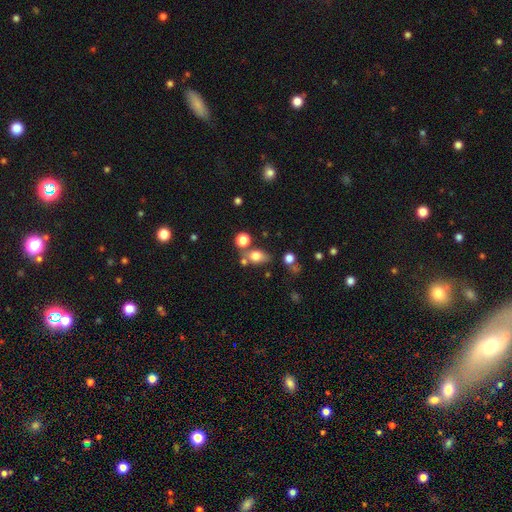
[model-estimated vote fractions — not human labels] Smooth or featured?
  - smooth: 74% *
  - featured or disk: 13%
  - star or artifact: 13%
How rounded?
  - in between: 69% *
  - round: 28%
  - cigar-shaped: 3%
Merging?
  - none: 57% *
  - merger: 22%
  - minor disturbance: 15%
  - major disturbance: 7%